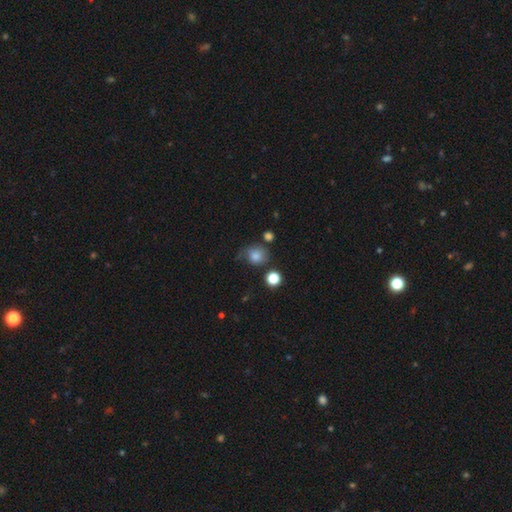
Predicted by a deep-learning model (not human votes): Morphology: type=smooth (78%); roundness=round (70%); merging=none (54%).